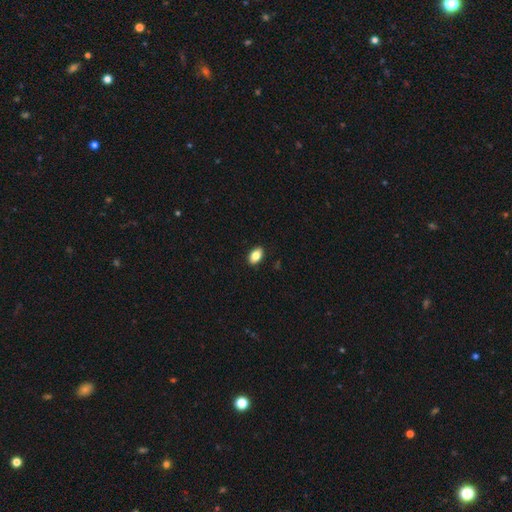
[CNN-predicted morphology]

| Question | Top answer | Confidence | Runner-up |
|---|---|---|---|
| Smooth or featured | smooth | 83% | featured or disk (10%) |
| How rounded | in between | 90% | round (8%) |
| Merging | none | 90% | minor disturbance (8%) |